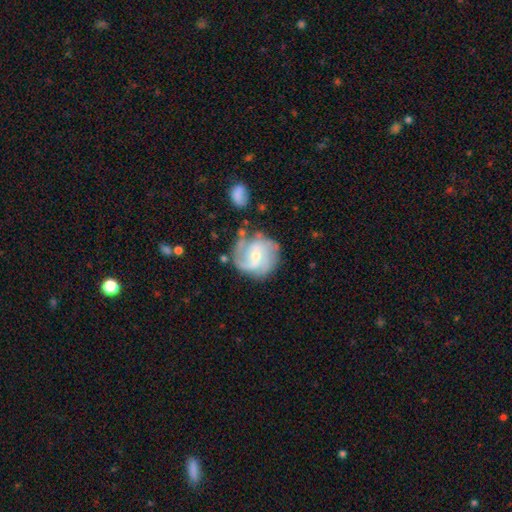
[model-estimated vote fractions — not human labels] Smooth or featured? featured or disk (79%)
Edge-on disk? no (98%)
Bar? no (46%)
Spiral arms? yes (93%)
Spiral winding? medium (44%)
Spiral arm count? 2 (30%, tied with 3)
Bulge size? small (55%)
Merging? none (64%)